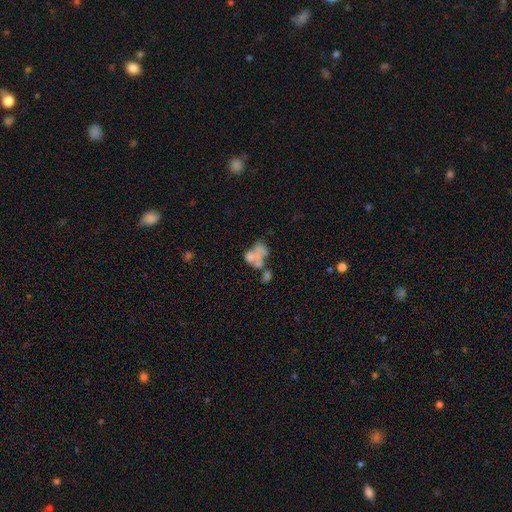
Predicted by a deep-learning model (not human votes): Smooth or featured?
  - smooth: 45% *
  - featured or disk: 41%
  - star or artifact: 13%
Merging?
  - merger: 49% *
  - major disturbance: 22%
  - none: 18%
  - minor disturbance: 11%